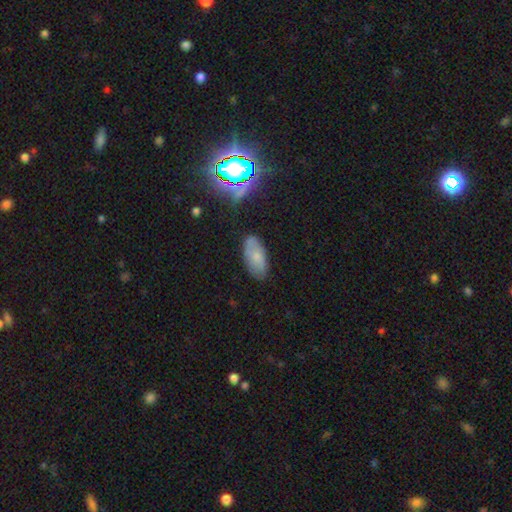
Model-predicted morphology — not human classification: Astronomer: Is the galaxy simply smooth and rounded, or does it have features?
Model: smooth — 59%.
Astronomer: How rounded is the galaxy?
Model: in between — 91%.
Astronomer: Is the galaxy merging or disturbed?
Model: none — 75%.